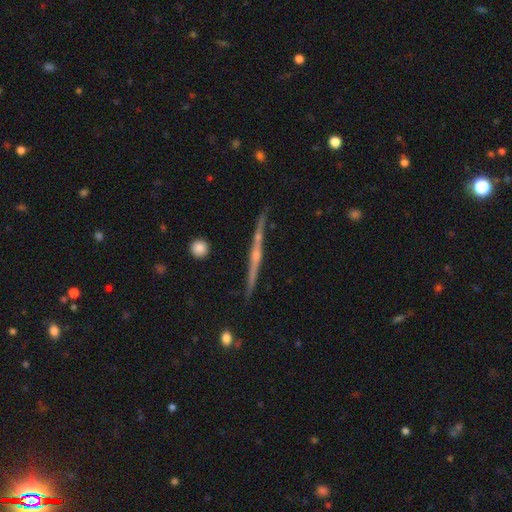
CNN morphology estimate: A featured or disk galaxy (79%) viewed edge-on (98%) with a rounded central bulge (73%).

Vote fractions:
- Smooth or featured? featured or disk: 79% / smooth: 13% / star or artifact: 8%
- Edge-on disk? yes: 98% / no: 2%
- Edge-on bulge? rounded: 73% / none: 20% / boxy: 8%
- Merging? none: 88% / minor disturbance: 8% / merger: 2% / major disturbance: 2%